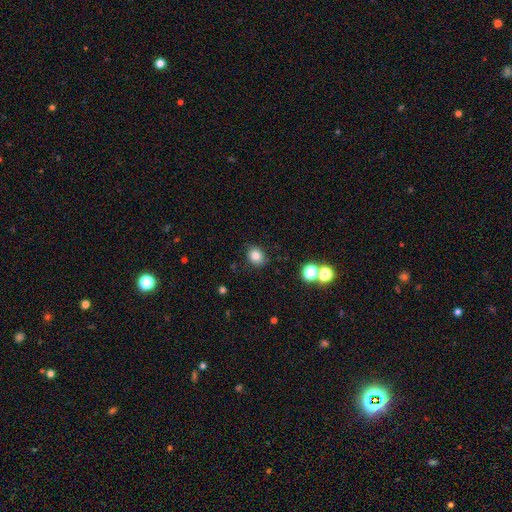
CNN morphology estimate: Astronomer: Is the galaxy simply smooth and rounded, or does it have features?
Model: smooth — 82%.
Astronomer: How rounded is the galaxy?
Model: round — 53% (runner-up: in between, 46%).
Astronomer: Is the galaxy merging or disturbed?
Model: none — 83%.